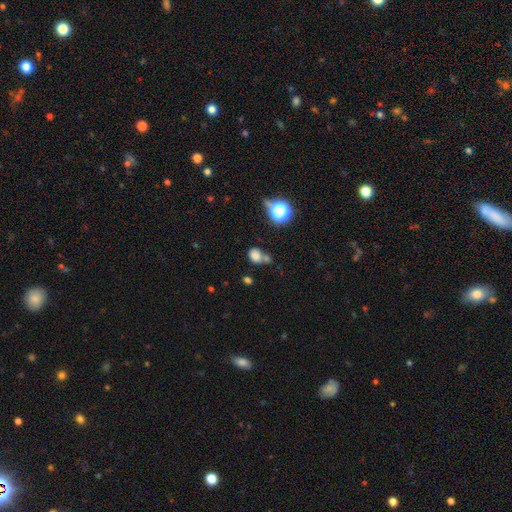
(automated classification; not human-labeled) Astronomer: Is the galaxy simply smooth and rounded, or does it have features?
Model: smooth — 76%.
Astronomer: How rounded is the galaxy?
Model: round — 49%, tied with in between at 49%.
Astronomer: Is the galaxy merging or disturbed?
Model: none — 47% (runner-up: merger, 28%).